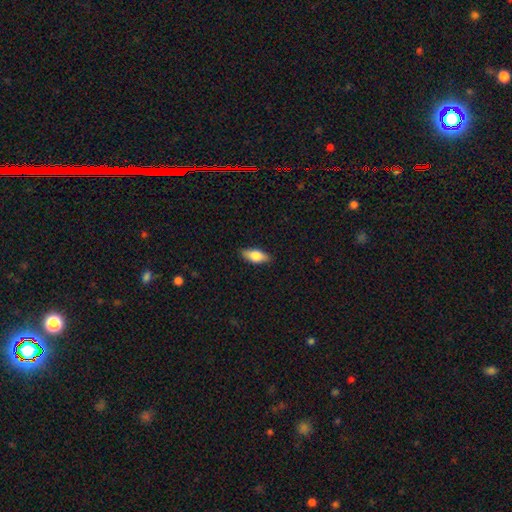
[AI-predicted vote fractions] A smooth galaxy with no disk features (76%) that is in between round and cigar-shaped (84%).

Vote fractions:
- Smooth or featured? smooth: 76% / featured or disk: 17% / star or artifact: 6%
- How rounded? in between: 84% / cigar-shaped: 13% / round: 3%
- Merging? none: 86% / minor disturbance: 11% / major disturbance: 2% / merger: 1%